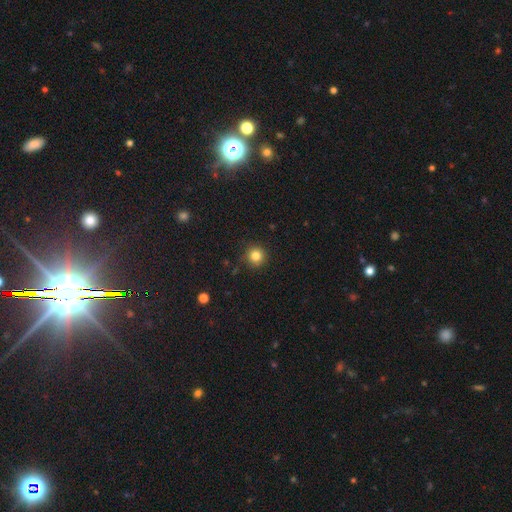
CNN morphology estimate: Smooth or featured? Predicted: smooth (p=0.83). How rounded? Predicted: round (p=0.94). Merging? Predicted: none (p=0.89).